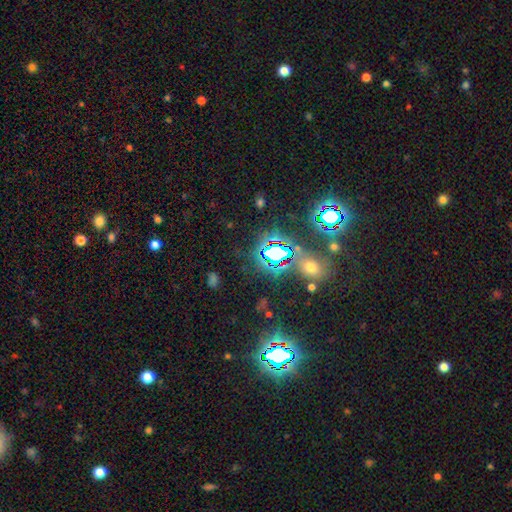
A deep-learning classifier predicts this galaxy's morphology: Smooth or featured? Predicted: star or artifact (p=0.77).